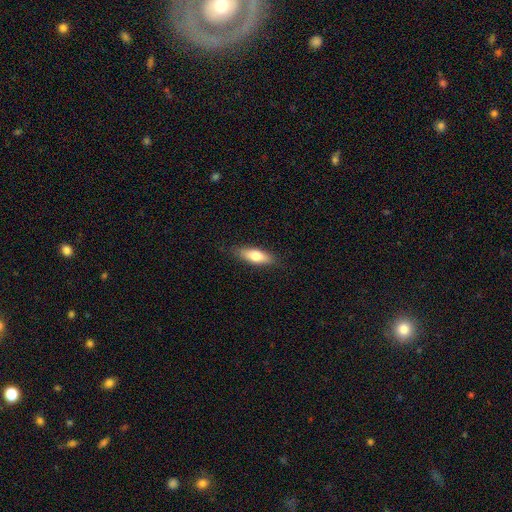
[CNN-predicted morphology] This is likely a smooth galaxy (71%). How rounded: possibly in between (59%). Merging: clearly none (86%).